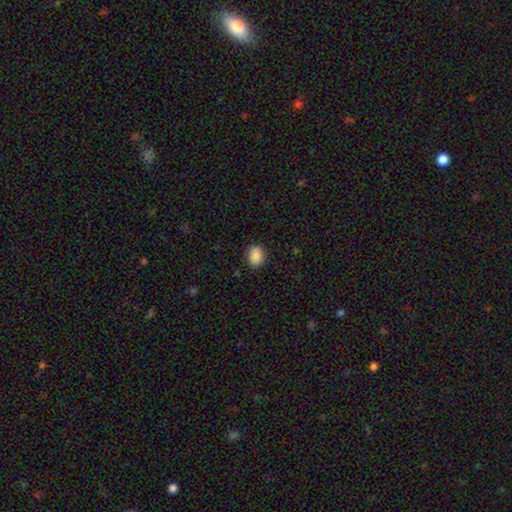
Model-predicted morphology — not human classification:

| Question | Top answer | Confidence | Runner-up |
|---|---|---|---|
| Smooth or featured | smooth | 89% | star or artifact (8%) |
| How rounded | in between | 60% | round (39%) |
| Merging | none | 86% | minor disturbance (10%) |